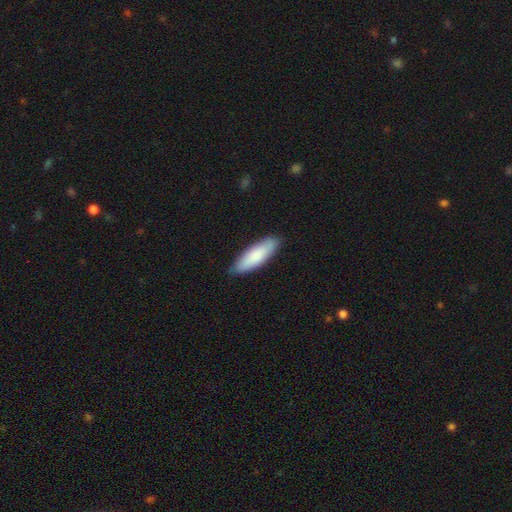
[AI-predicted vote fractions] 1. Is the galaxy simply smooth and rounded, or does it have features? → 81% smooth, 13% featured or disk, 5% star or artifact.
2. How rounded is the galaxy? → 51% cigar-shaped, 48% in between, 1% round.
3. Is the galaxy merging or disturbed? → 86% none, 12% minor disturbance, 2% major disturbance, 1% merger.